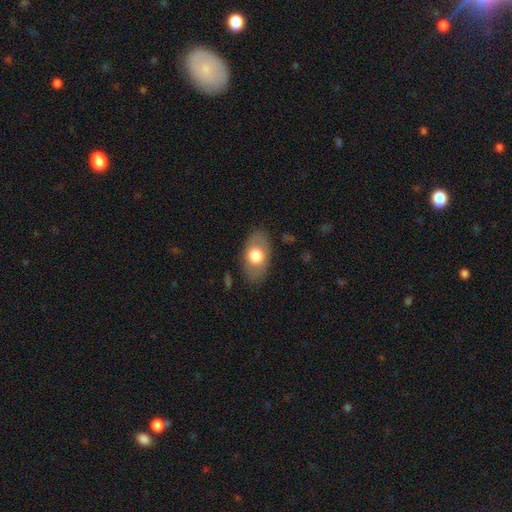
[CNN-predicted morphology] type=smooth (68%); roundness=in between (90%); merging=none (82%).